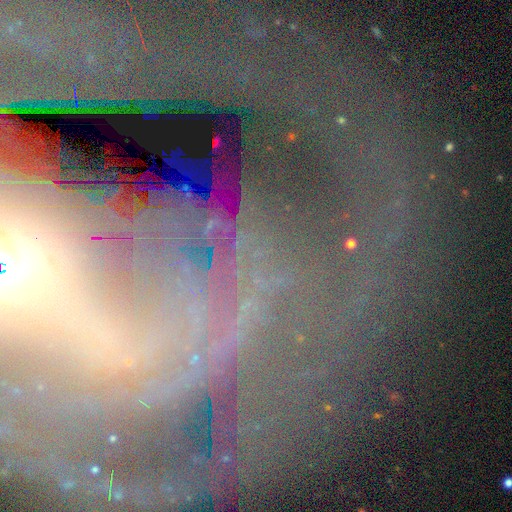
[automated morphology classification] A featured or disk galaxy (62%) with no bar (39%), spiral arms (82%) and a small central bulge (45%). Merging: none (61%).